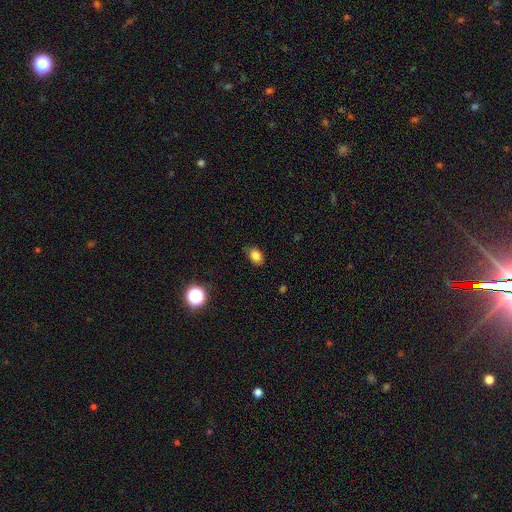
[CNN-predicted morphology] Overall: smooth (82%). How rounded: in between (81%). Merging: none (82%).